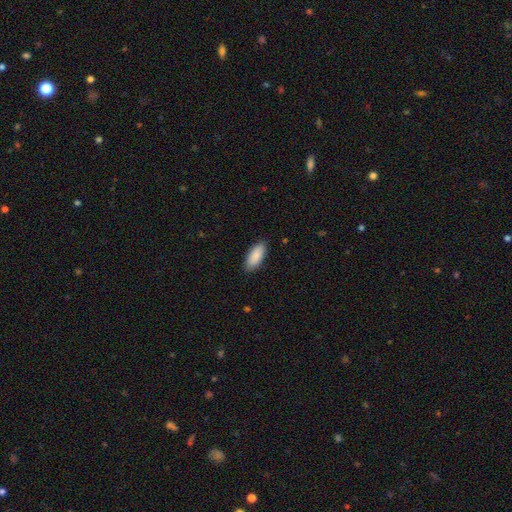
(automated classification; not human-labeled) This appears to be a smooth galaxy with no disk features (90%) that is in between round and cigar-shaped (84%). Merging: none (87%).